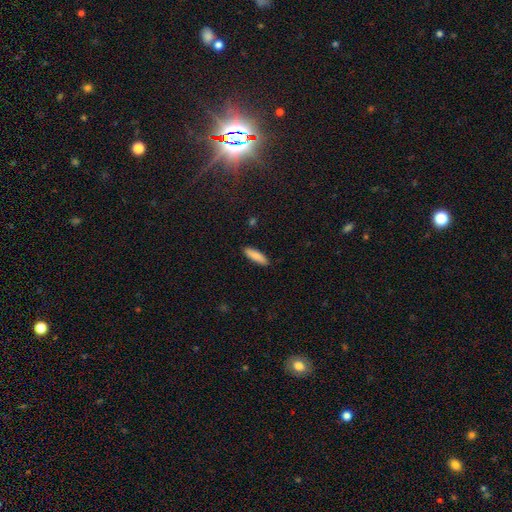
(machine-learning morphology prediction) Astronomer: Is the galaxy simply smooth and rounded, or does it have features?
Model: smooth — 85%.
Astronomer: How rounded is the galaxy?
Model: cigar-shaped — 56% (runner-up: in between, 43%).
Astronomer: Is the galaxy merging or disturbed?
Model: none — 89%.